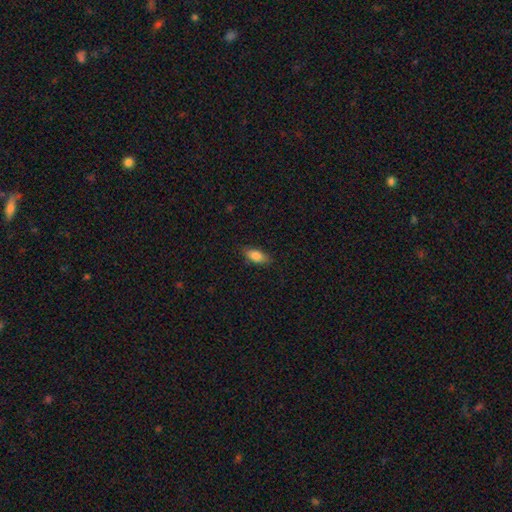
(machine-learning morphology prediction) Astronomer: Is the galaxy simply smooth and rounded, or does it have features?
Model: smooth — 82%.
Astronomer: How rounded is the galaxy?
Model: in between — 84%.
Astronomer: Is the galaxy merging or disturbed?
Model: none — 85%.